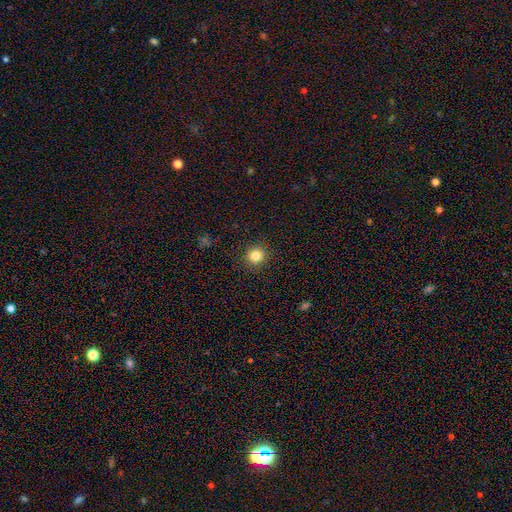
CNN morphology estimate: Smooth or featured?
  - smooth: 83% *
  - star or artifact: 12%
  - featured or disk: 6%
How rounded?
  - round: 92% *
  - in between: 7%
  - cigar-shaped: 1%
Merging?
  - none: 91% *
  - minor disturbance: 6%
  - major disturbance: 2%
  - merger: 1%